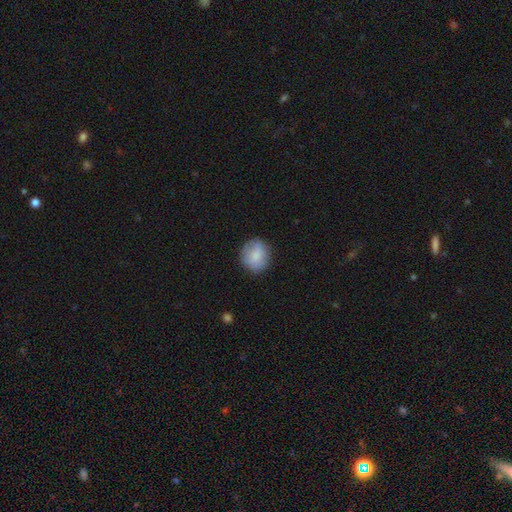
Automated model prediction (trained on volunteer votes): Smooth or featured: smooth — 82% (featured or disk — 11%)
How rounded: round — 80% (in between — 19%)
Merging: none — 81% (minor disturbance — 14%)